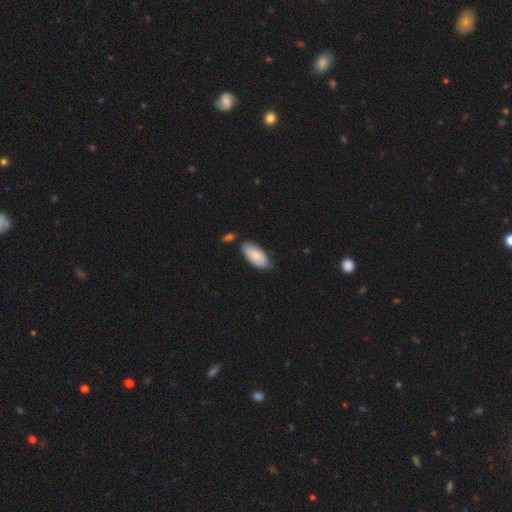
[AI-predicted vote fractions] Q: Smooth or featured?
A: smooth (79%); runner-up: featured or disk (15%)
Q: How rounded?
A: in between (92%); runner-up: cigar-shaped (6%)
Q: Merging?
A: none (73%); runner-up: minor disturbance (18%)